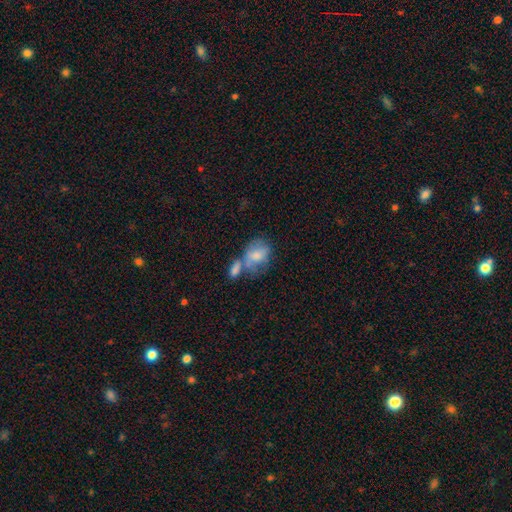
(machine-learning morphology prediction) Q: Smooth or featured?
A: smooth (67%); runner-up: featured or disk (25%)
Q: How rounded?
A: in between (77%); runner-up: round (21%)
Q: Merging?
A: merger (50%); runner-up: none (22%)